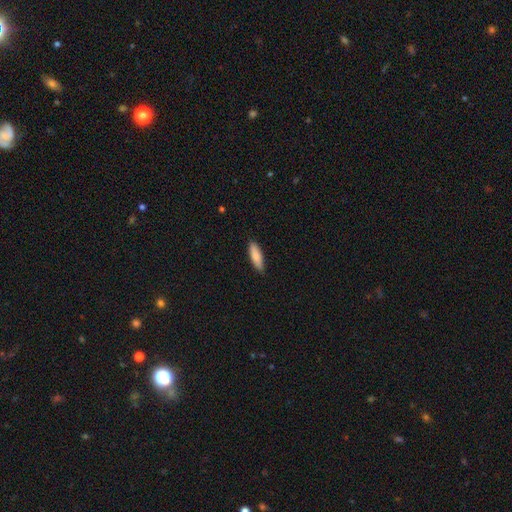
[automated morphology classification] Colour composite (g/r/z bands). It shows a smooth galaxy with no disk features (85%) that is cigar-shaped (57%). Merging: none (88%).